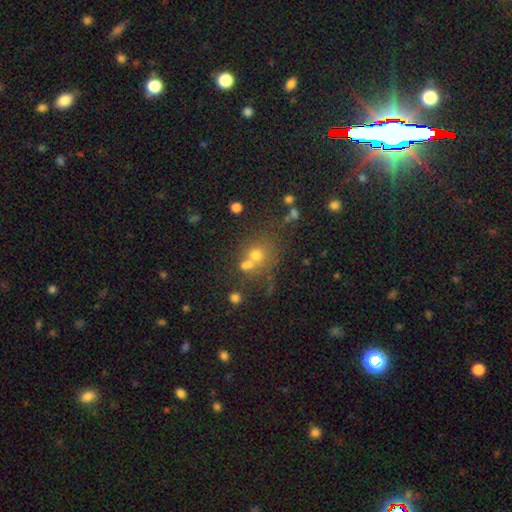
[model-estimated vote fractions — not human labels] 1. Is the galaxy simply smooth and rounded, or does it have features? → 60% smooth, 22% star or artifact, 17% featured or disk.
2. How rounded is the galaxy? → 76% round, 23% in between, 1% cigar-shaped.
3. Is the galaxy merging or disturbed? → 47% none, 36% merger, 10% minor disturbance, 6% major disturbance.